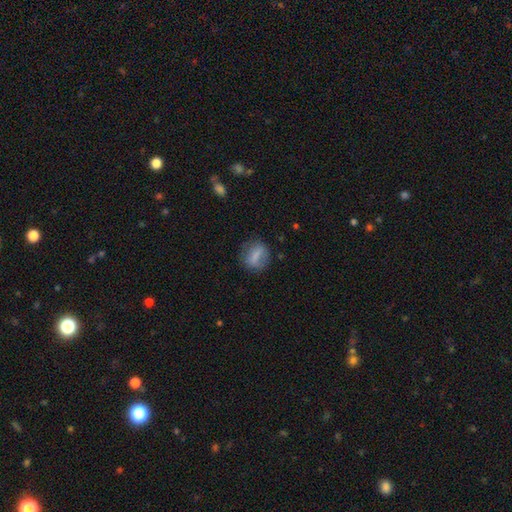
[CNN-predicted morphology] A smooth galaxy with no disk features (69%) that is round (52%). Merging: none (71%).